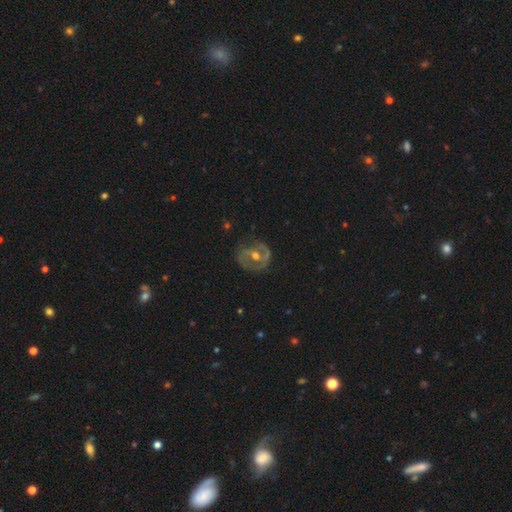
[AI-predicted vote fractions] Smooth or featured? featured or disk (74%)
Edge-on disk? no (96%)
Bar? no (43%)
Spiral arms? yes (63%)
Bulge size? moderate (72%)
Merging? none (71%)